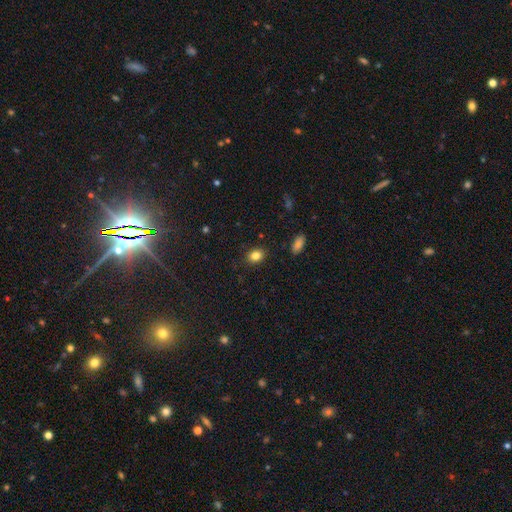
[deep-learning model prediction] This is clearly a smooth galaxy (83%). How rounded: possibly in between (55%). Merging: clearly none (87%).